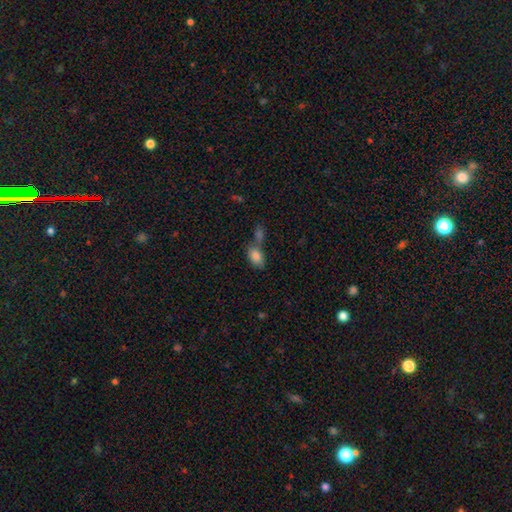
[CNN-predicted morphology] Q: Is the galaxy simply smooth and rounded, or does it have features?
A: smooth — 84%.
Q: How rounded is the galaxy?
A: in between — 89%.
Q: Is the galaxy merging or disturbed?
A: merger — 43%.